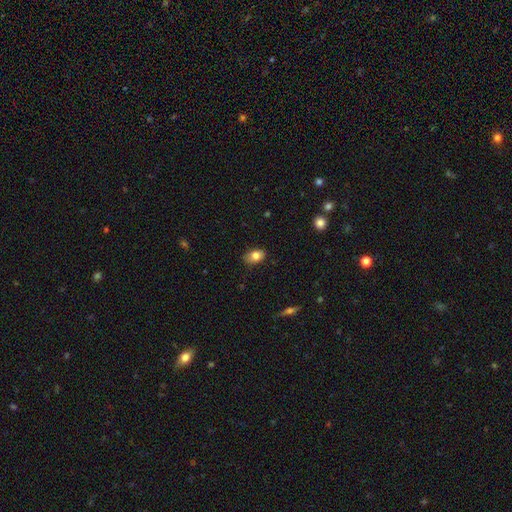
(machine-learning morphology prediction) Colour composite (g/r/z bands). It shows a smooth galaxy with no disk features (80%) that is in between round and cigar-shaped (86%). Merging: none (81%).